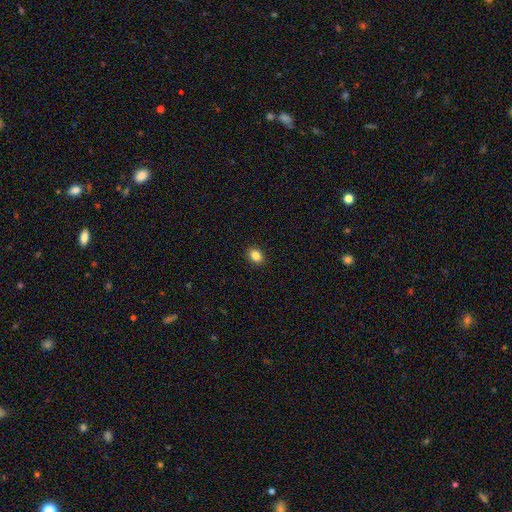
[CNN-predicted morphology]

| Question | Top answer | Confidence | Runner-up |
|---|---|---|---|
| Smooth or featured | smooth | 85% | star or artifact (10%) |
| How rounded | in between | 60% | round (39%) |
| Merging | none | 91% | minor disturbance (6%) |